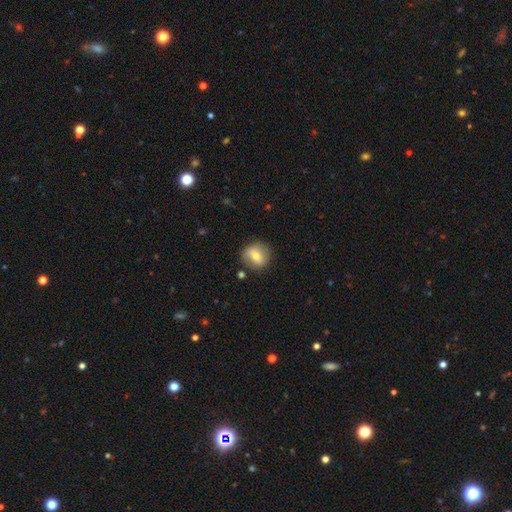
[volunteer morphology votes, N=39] Smooth or featured: smooth — 56% (featured or disk — 38%)
How rounded: round — 95% (in between — 5%)
Merging: none — 81% (minor disturbance — 16%)